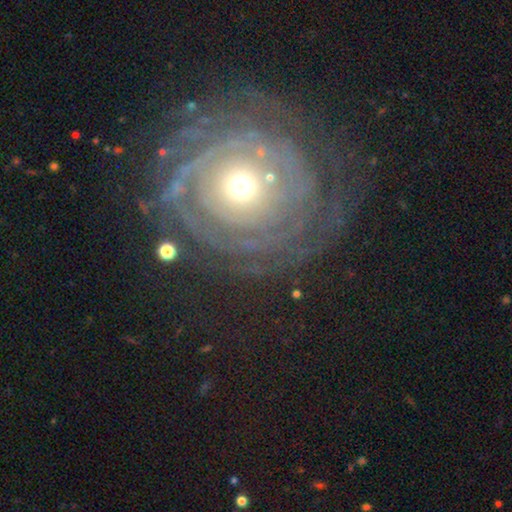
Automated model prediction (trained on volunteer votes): smooth-or-featured: featured or disk: 81% | smooth: 10% | star or artifact: 9%
  disk-edge-on: no: 96% | yes: 4%
    bar: no: 83% | weak: 11% | strong: 6%
    has-spiral-arms: yes: 89% | no: 11%
      spiral-winding: tight: 85% | medium: 11% | loose: 4%
      spiral-arm-count: can't tell: 39% | 2: 15% | more than 4: 14% | 3: 13% | 4: 12% | 1: 8%
    bulge-size: moderate: 57% | small: 36% | large: 5% | dominant: 1% | none: 1%
  merging: none: 76% | minor disturbance: 13% | major disturbance: 9% | merger: 2%